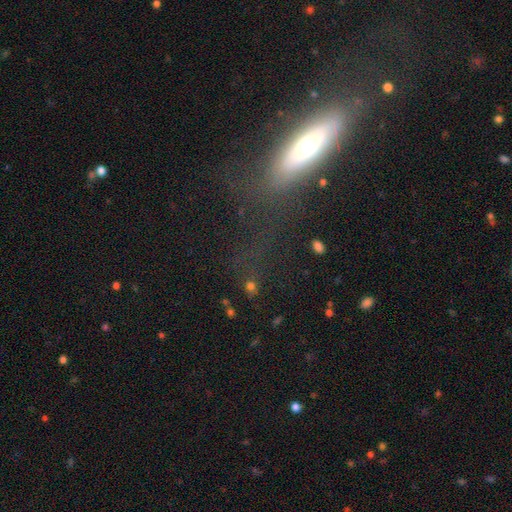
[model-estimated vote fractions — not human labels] smooth_or_featured: smooth (p=0.46) [alt: featured or disk p=0.37]
merging: none (p=0.63) [alt: major disturbance p=0.17]